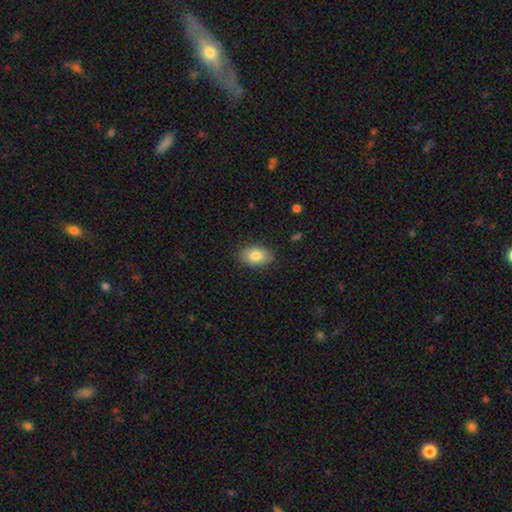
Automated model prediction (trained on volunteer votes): Smooth or featured: smooth — 82% (featured or disk — 11%)
How rounded: in between — 90% (round — 8%)
Merging: none — 86% (minor disturbance — 10%)